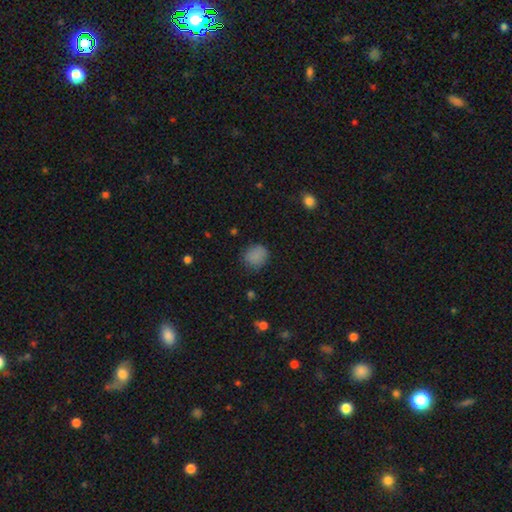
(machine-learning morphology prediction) Overall: smooth (84%). How rounded: round (80%). Merging: none (81%).